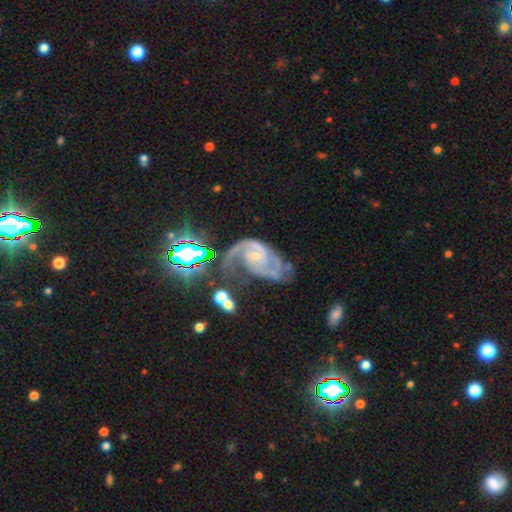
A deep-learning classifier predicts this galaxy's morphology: Smooth or featured?
  - featured or disk: 86% *
  - star or artifact: 8%
  - smooth: 7%
Edge-on disk?
  - no: 98% *
  - yes: 2%
Bar?
  - no: 65% *
  - weak: 28%
  - strong: 7%
Spiral arms?
  - yes: 95% *
  - no: 5%
Spiral winding?
  - medium: 46% *
  - loose: 30%
  - tight: 24%
Spiral arm count?
  - 2: 65% *
  - 1: 12%
  - can't tell: 11%
  - 3: 7%
  - 4: 3%
  - more than 4: 3%
Bulge size?
  - small: 75% *
  - moderate: 18%
  - none: 4%
  - large: 1%
  - dominant: 1%
Merging?
  - major disturbance: 37% *
  - none: 30%
  - minor disturbance: 21%
  - merger: 12%